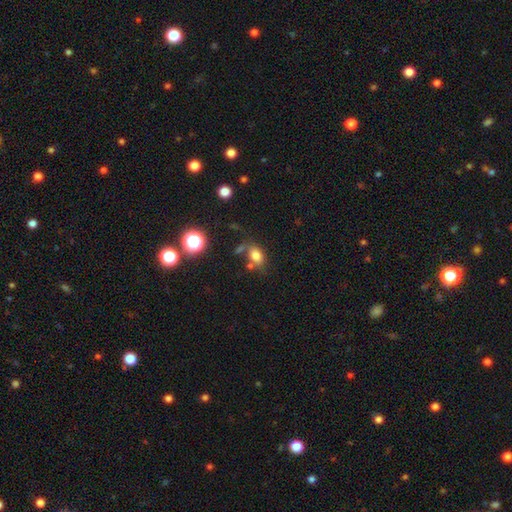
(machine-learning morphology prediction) Q: Smooth or featured?
A: smooth (77%); runner-up: star or artifact (13%)
Q: How rounded?
A: in between (77%); runner-up: round (21%)
Q: Merging?
A: none (59%); runner-up: minor disturbance (18%)